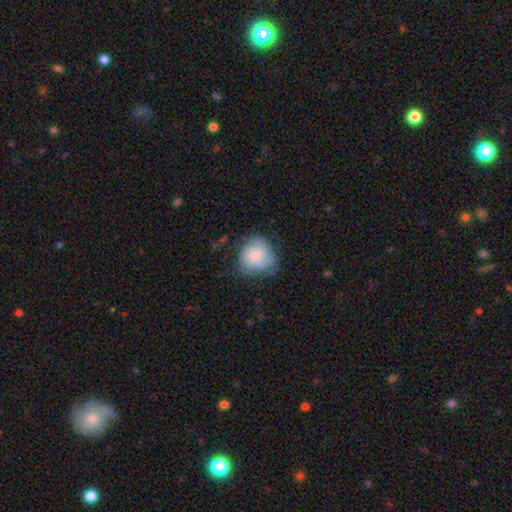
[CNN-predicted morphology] The model was most divided on "merging": none: 55%, minor disturbance: 30%, major disturbance: 13%, merger: 2%. More confident: how rounded — round (81%); smooth or featured — smooth (68%).